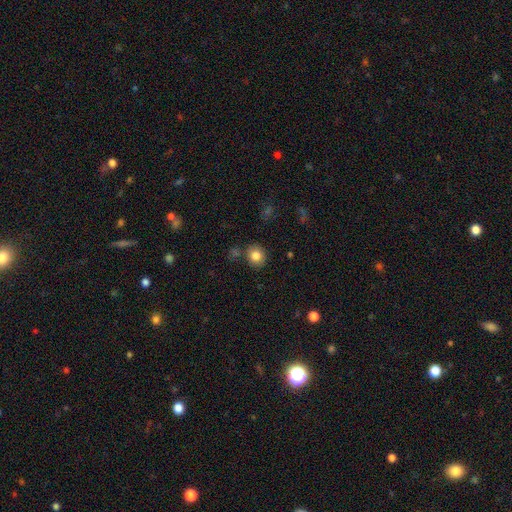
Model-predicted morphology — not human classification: This appears to be a smooth galaxy with no disk features (83%) that is round (83%). Merging: none (81%).